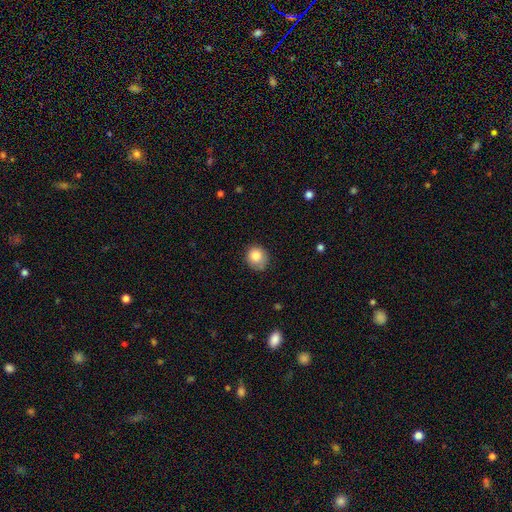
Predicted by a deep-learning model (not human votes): This appears to be a smooth galaxy with no disk features (83%) that is round (77%). Merging: none (67%).